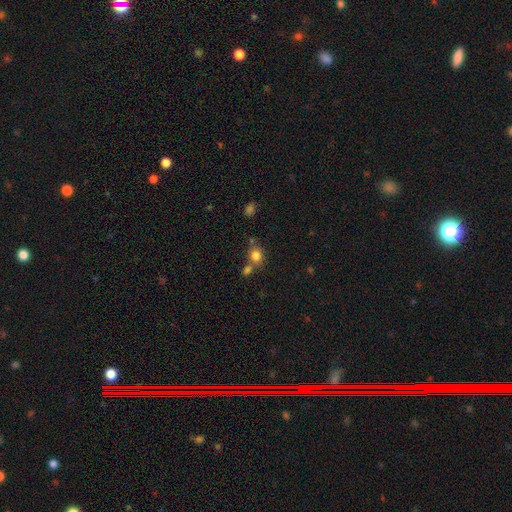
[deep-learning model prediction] The model was most divided on "merging": none: 57%, merger: 28%, minor disturbance: 11%, major disturbance: 4%. More confident: smooth or featured — smooth (81%); how rounded — round (68%).